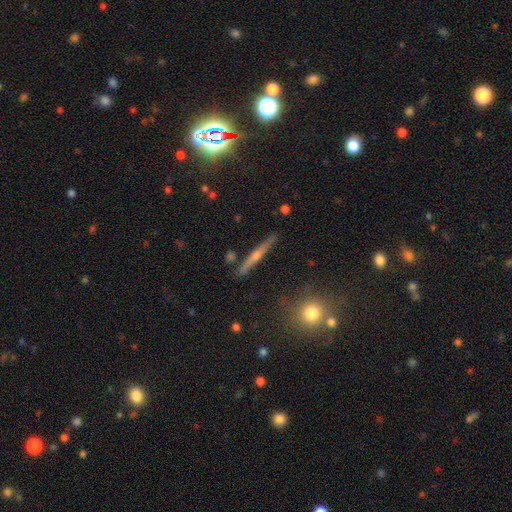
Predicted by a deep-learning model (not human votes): This appears to be a featured or disk galaxy (66%) viewed edge-on (97%) with a rounded central bulge (80%). Merging: none (89%).